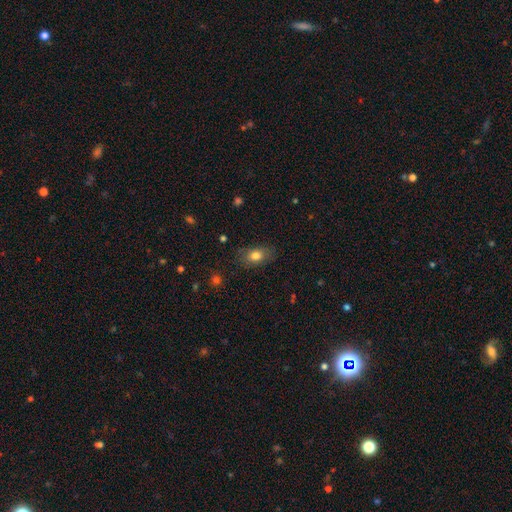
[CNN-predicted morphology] Overall: smooth (80%). How rounded: in between (80%). Merging: none (80%).